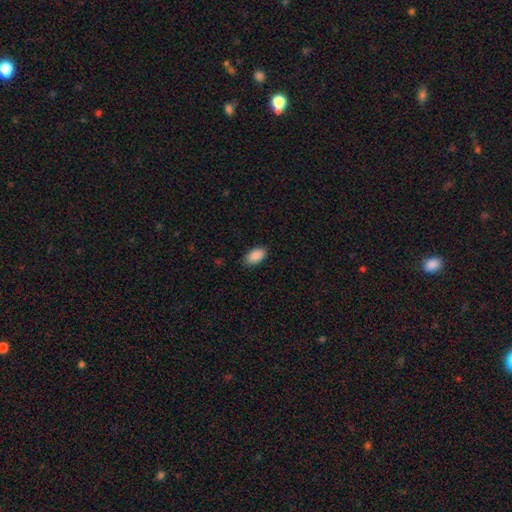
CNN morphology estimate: type=smooth (90%); roundness=in between (95%); merging=none (86%).